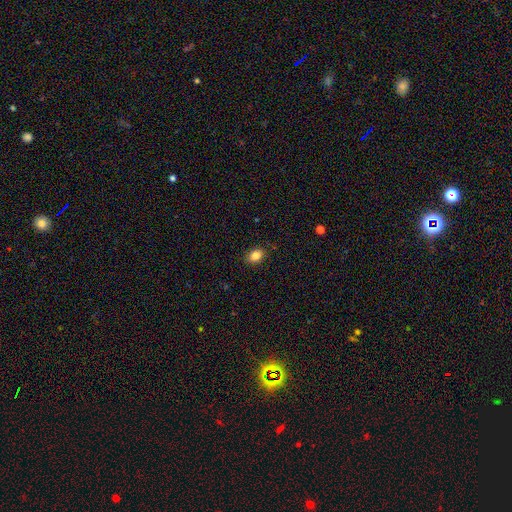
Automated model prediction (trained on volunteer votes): Overall: smooth (83%). How rounded: in between (75%). Merging: none (86%).